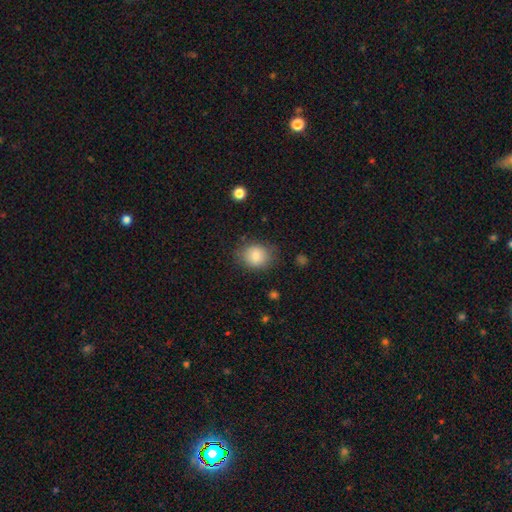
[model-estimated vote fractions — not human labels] This appears to be a smooth galaxy with no disk features (83%) that is round (61%). Merging: none (77%).